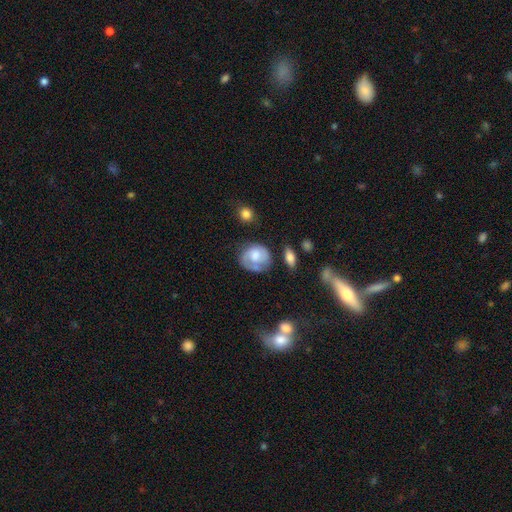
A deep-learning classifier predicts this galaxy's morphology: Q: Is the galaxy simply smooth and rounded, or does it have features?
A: featured or disk — 52%.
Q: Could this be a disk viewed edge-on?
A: no — 97%.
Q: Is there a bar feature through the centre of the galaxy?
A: no — 71%.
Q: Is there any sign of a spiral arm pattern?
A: yes — 78%.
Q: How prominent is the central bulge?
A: moderate — 46%.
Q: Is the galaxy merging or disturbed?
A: none — 54%.